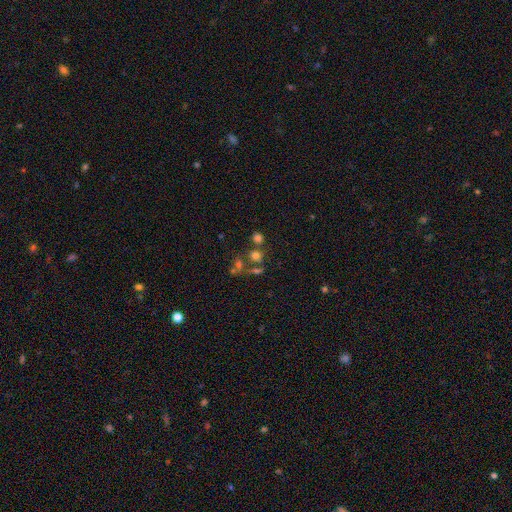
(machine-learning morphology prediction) The model was most divided on "merging": none: 55%, merger: 28%, minor disturbance: 9%, major disturbance: 7%. More confident: how rounded — round (80%); smooth or featured — smooth (64%).